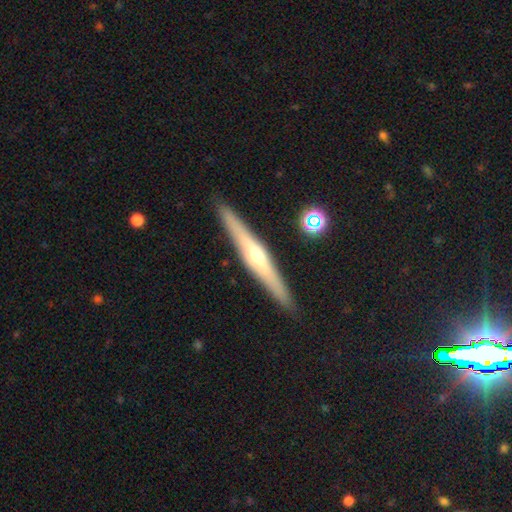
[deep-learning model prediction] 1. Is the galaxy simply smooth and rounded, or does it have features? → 70% featured or disk, 23% smooth, 7% star or artifact.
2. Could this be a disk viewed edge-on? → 96% yes, 4% no.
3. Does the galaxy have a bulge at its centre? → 84% rounded, 11% none, 5% boxy.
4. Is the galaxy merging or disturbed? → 91% none, 6% minor disturbance, 1% major disturbance, 1% merger.